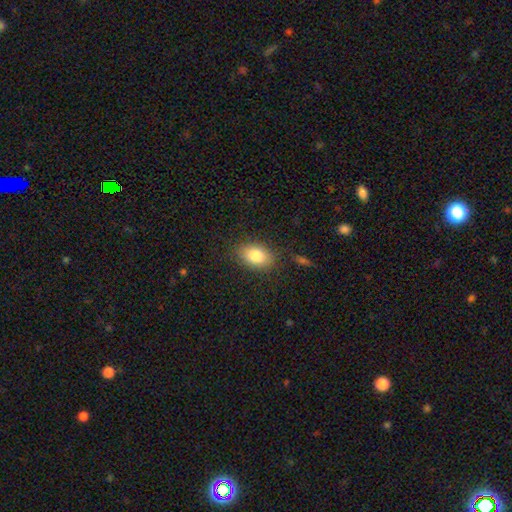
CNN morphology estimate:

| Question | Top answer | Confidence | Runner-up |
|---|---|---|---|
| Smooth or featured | smooth | 83% | featured or disk (9%) |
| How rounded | in between | 85% | round (14%) |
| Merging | none | 82% | minor disturbance (12%) |